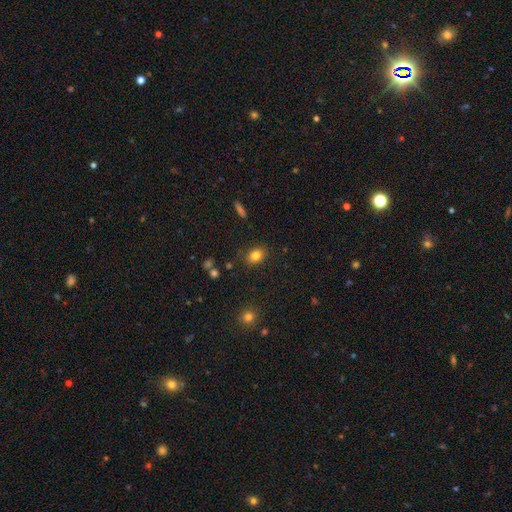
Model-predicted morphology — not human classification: The model was most divided on "how rounded": in between: 61%, round: 37%, cigar-shaped: 1%. More confident: merging — none (85%); smooth or featured — smooth (80%).